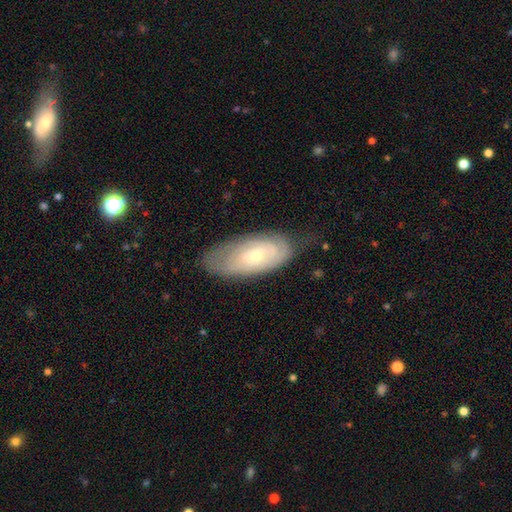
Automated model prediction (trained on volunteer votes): Morphology: type=featured or disk (64%); edge-on=no (90%); bar=no (72%); spiral arms=yes (76%); bulge=small (62%); merging=none (64%).